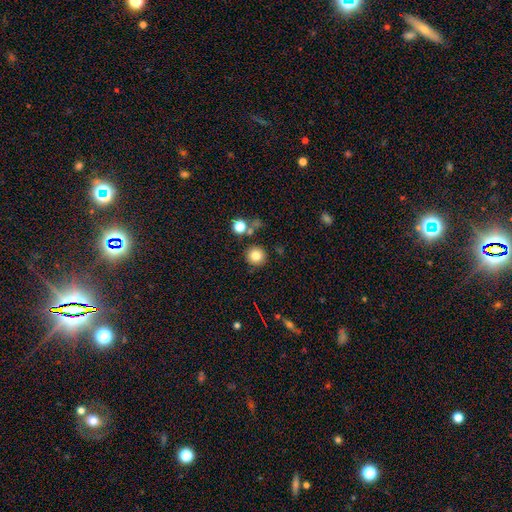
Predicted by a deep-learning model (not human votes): Morphology: type=smooth (80%); roundness=round (95%); merging=none (84%).